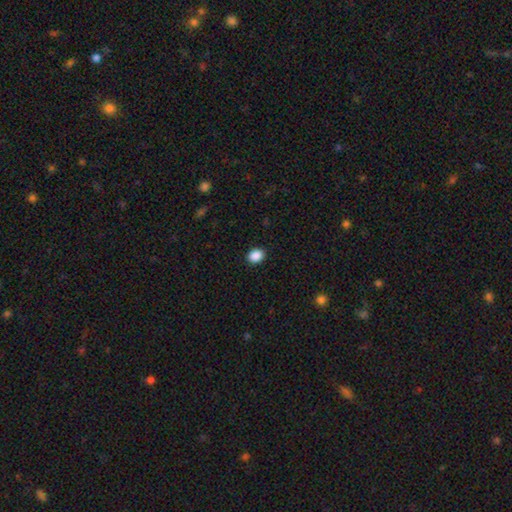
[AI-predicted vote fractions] The model was most divided on "how rounded": in between: 55%, round: 44%, cigar-shaped: 1%. More confident: merging — none (91%); smooth or featured — smooth (89%).